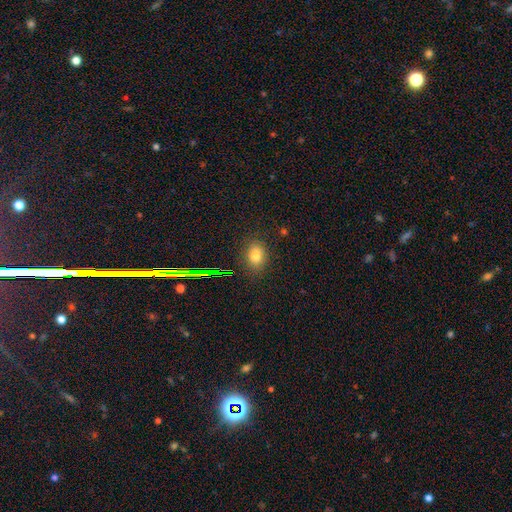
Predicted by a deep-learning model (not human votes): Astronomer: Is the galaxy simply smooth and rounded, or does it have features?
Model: smooth — 76%.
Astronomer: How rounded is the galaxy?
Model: in between — 61% (runner-up: round, 38%).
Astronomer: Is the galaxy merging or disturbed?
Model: none — 85%.